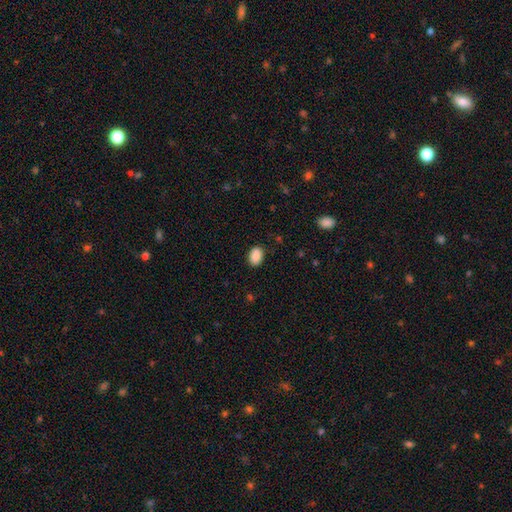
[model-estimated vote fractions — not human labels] smooth-or-featured: smooth: 89% | star or artifact: 8% | featured or disk: 3%
  how-rounded: in between: 80% | round: 19% | cigar-shaped: 1%
  merging: none: 86% | minor disturbance: 10% | major disturbance: 3% | merger: 1%